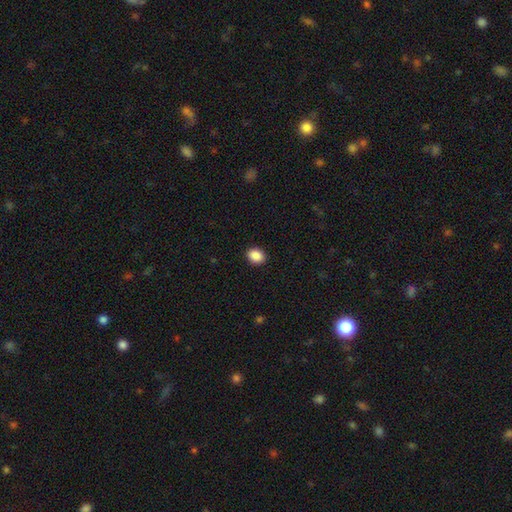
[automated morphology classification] This appears to be a smooth galaxy with no disk features (89%) that is in between round and cigar-shaped (50%). Merging: none (91%).